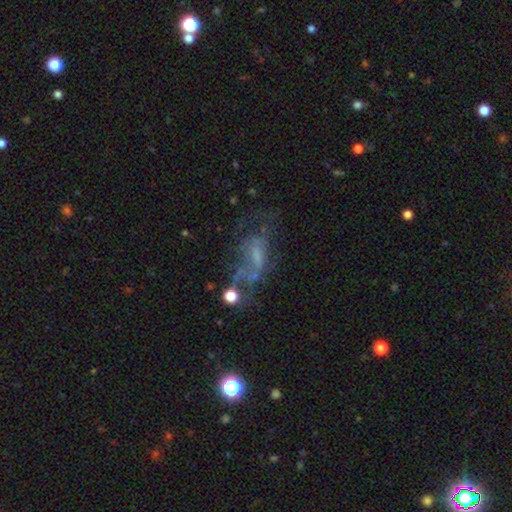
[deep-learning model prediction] A featured or disk galaxy (55%) with no bar (57%), no spiral arms (59%) and no central bulge (39%).

Vote fractions:
- Smooth or featured? featured or disk: 55% / smooth: 27% / star or artifact: 18%
- Edge-on disk? no: 93% / yes: 7%
- Bar? no: 57% / weak: 33% / strong: 11%
- Spiral arms? no: 59% / yes: 41%
- Bulge size? none: 39% / small: 35% / moderate: 21% / large: 3% / dominant: 1%
- Merging? major disturbance: 41% / none: 30% / minor disturbance: 17% / merger: 11%